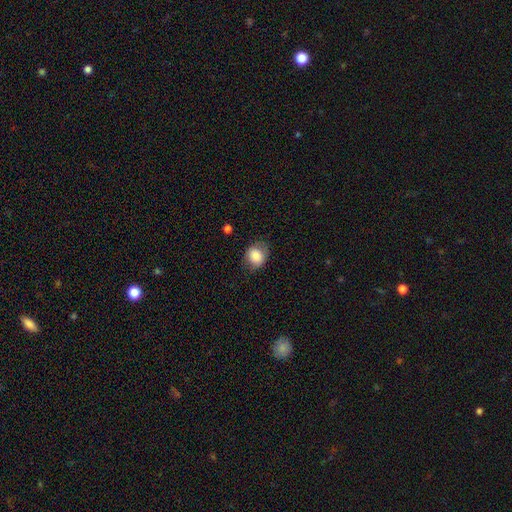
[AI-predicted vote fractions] Smooth or featured? smooth (82%)
How rounded? round (62%)
Merging? none (73%)